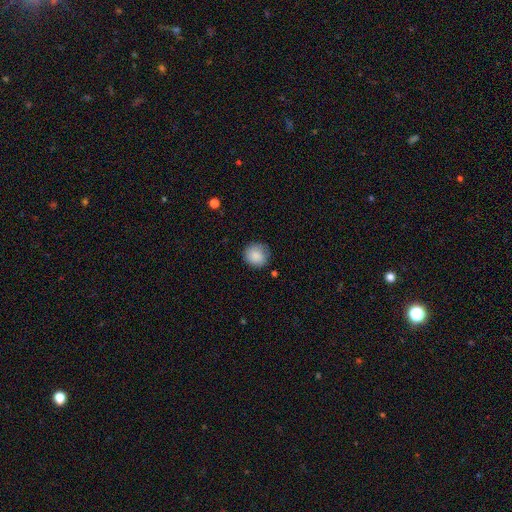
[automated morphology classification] Smooth or featured? smooth (87%)
How rounded? round (89%)
Merging? none (81%)